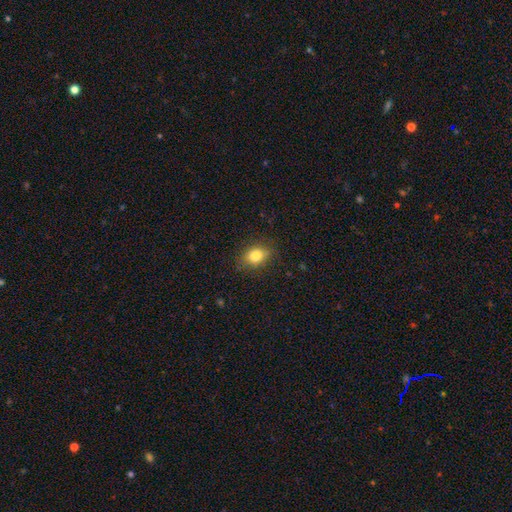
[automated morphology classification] smooth-or-featured: smooth: 82% | star or artifact: 9% | featured or disk: 8%
  how-rounded: in between: 68% | round: 31% | cigar-shaped: 1%
  merging: none: 82% | minor disturbance: 14% | major disturbance: 4% | merger: 1%